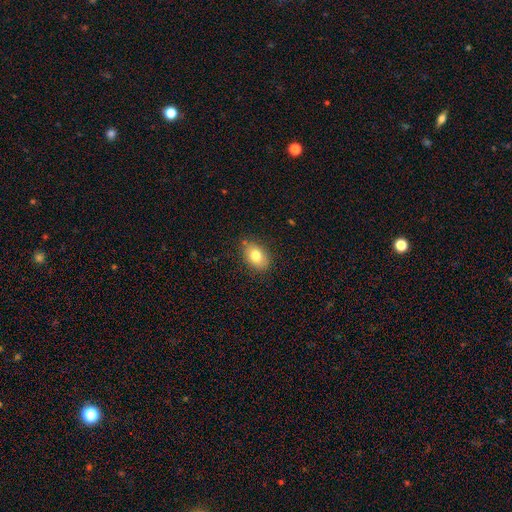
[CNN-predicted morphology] smooth 80%, featured or disk 12%, star or artifact 8%. Down the decision tree: how rounded — in between (82%); merging — none (82%).